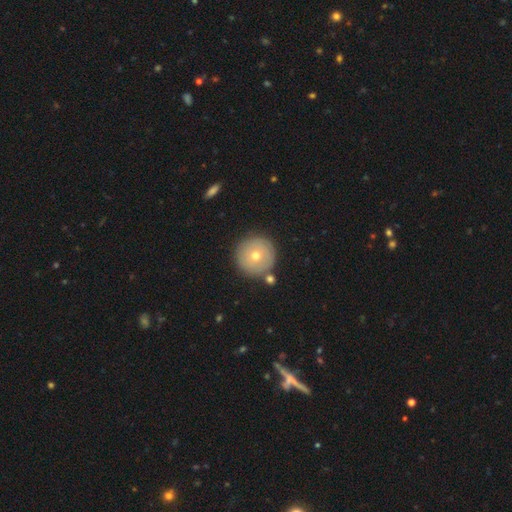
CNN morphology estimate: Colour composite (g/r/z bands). It shows a smooth galaxy with no disk features (67%) that is round (96%). Merging: none (86%).